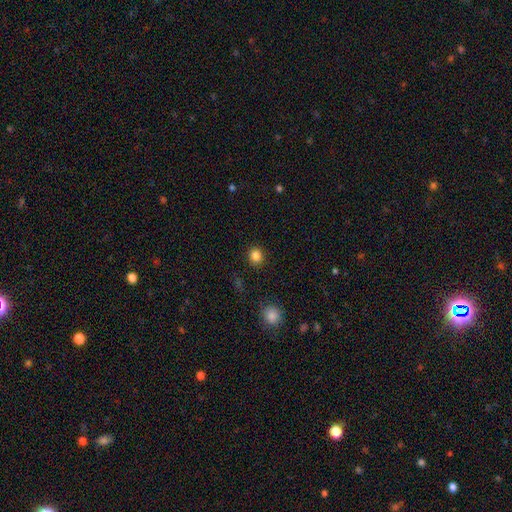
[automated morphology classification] This is clearly a smooth galaxy (84%). How rounded: clearly round (81%). Merging: clearly none (91%).